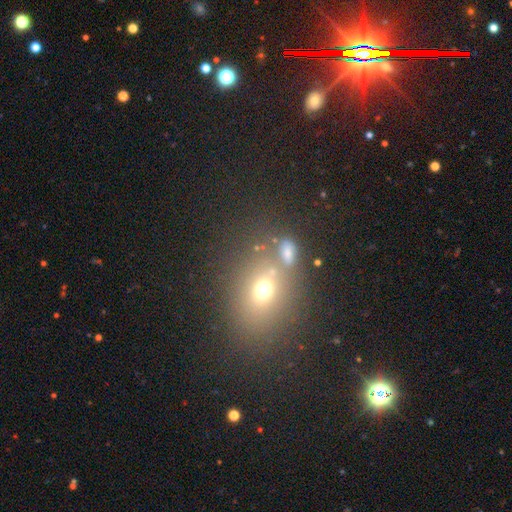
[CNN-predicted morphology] This appears to be a smooth galaxy with no disk features (49%). Merging: none (60%).